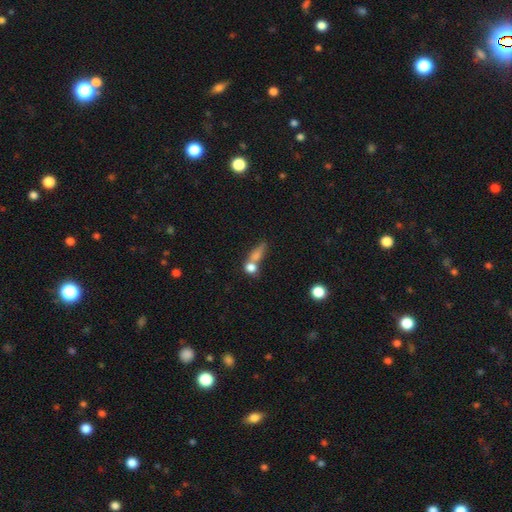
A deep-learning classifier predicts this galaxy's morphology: type=smooth (68%); roundness=in between (42%); merging=merger (45%).